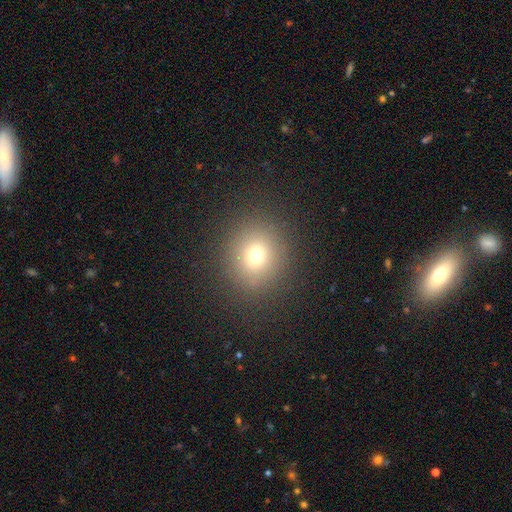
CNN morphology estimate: Overall: smooth (72%). How rounded: round (83%). Merging: none (88%).